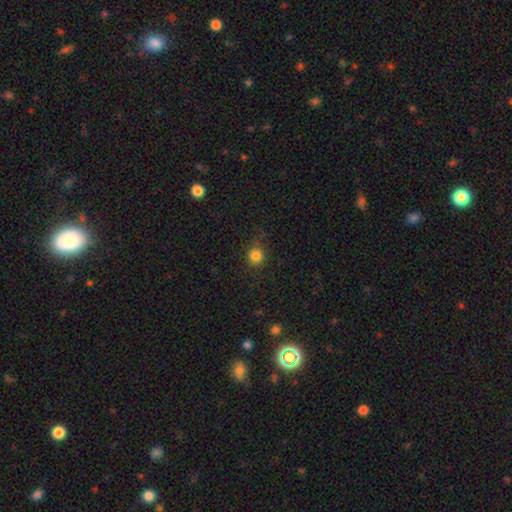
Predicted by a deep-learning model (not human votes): Overall: smooth (83%). How rounded: round (92%). Merging: none (86%).